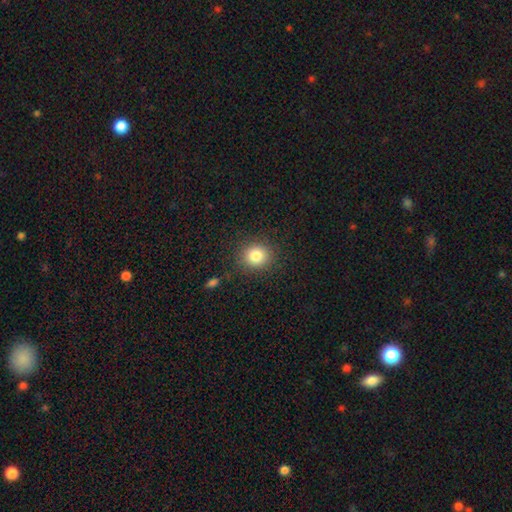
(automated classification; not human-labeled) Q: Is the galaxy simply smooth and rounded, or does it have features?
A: smooth — 83%.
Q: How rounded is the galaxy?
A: round — 81%.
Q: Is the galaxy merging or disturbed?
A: none — 87%.